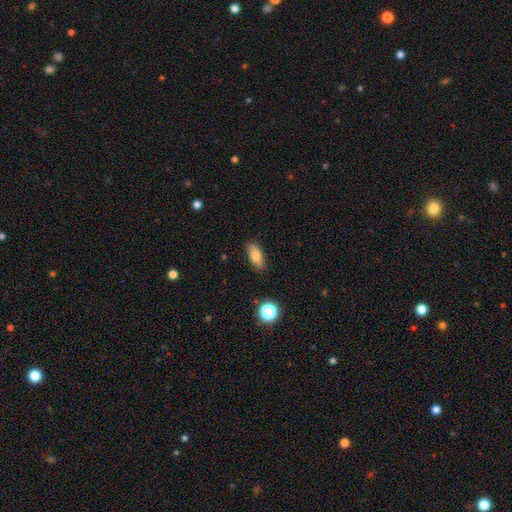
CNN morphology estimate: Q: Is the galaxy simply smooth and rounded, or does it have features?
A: smooth — 76%.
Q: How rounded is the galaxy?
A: in between — 74%.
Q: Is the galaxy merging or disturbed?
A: none — 87%.